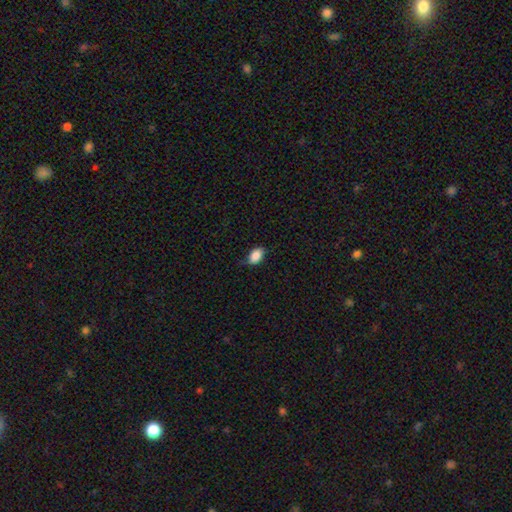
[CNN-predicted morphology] Smooth or featured?
  - smooth: 87% *
  - star or artifact: 7%
  - featured or disk: 6%
How rounded?
  - in between: 86% *
  - round: 12%
  - cigar-shaped: 2%
Merging?
  - none: 69% *
  - minor disturbance: 24%
  - major disturbance: 5%
  - merger: 1%